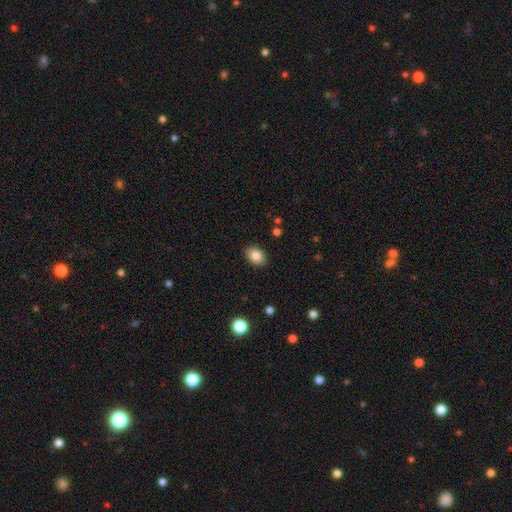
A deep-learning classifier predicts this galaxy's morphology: Smooth or featured: smooth — 84% (star or artifact — 9%)
How rounded: in between — 76% (round — 23%)
Merging: none — 88% (minor disturbance — 8%)